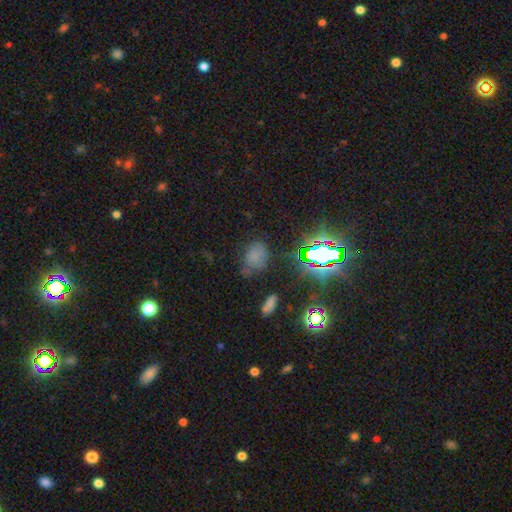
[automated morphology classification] smooth 58%, star or artifact 31%, featured or disk 10%. Down the decision tree: how rounded — in between (68%); merging — none (57%).